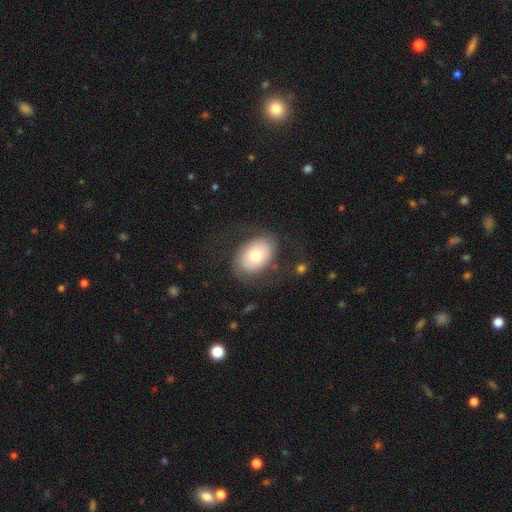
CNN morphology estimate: Q: Smooth or featured?
A: smooth (56%); runner-up: featured or disk (37%)
Q: How rounded?
A: in between (78%); runner-up: round (21%)
Q: Merging?
A: none (68%); runner-up: minor disturbance (16%)